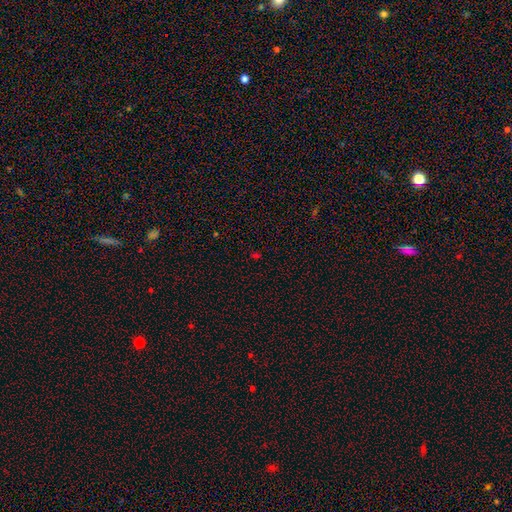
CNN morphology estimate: Overall: star or artifact (57%; smooth 36%).